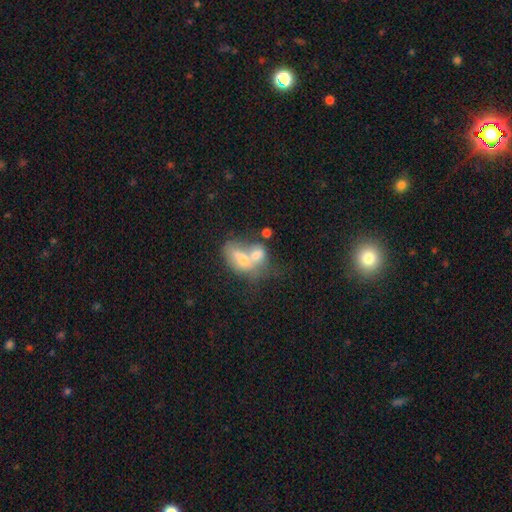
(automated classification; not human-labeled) smooth_or_featured: smooth (p=0.62) [alt: featured or disk p=0.30]
how_rounded: in between (p=0.78) [alt: round p=0.18]
merging: merger (p=0.73) [alt: none p=0.12]